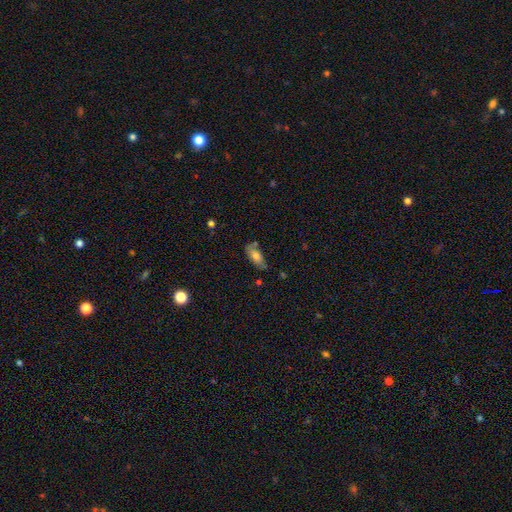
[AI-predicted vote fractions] Q: Smooth or featured?
A: smooth (72%); runner-up: featured or disk (21%)
Q: How rounded?
A: in between (79%); runner-up: cigar-shaped (18%)
Q: Merging?
A: none (65%); runner-up: minor disturbance (23%)